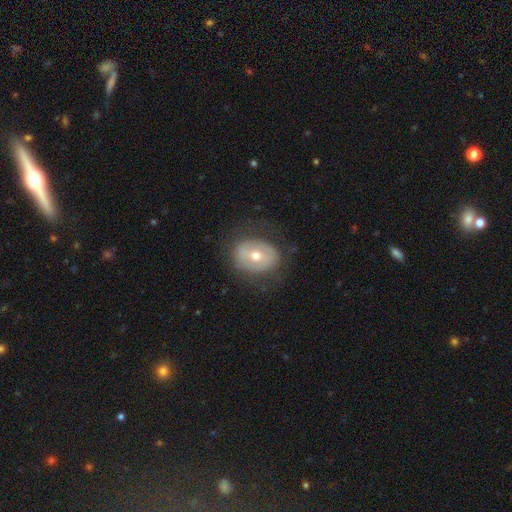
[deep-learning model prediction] A featured or disk galaxy (47%).

Vote fractions:
- Smooth or featured? featured or disk: 47% / smooth: 45% / star or artifact: 8%
- Merging? none: 75% / minor disturbance: 16% / major disturbance: 8% / merger: 1%